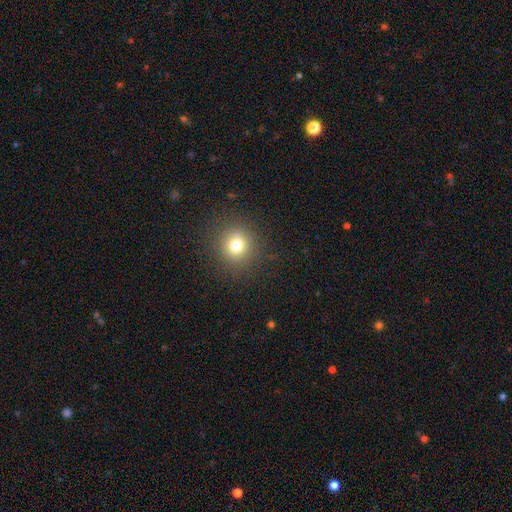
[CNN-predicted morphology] Smooth or featured? Predicted: smooth (p=0.70). How rounded? Predicted: round (p=0.93). Merging? Predicted: none (p=0.93).